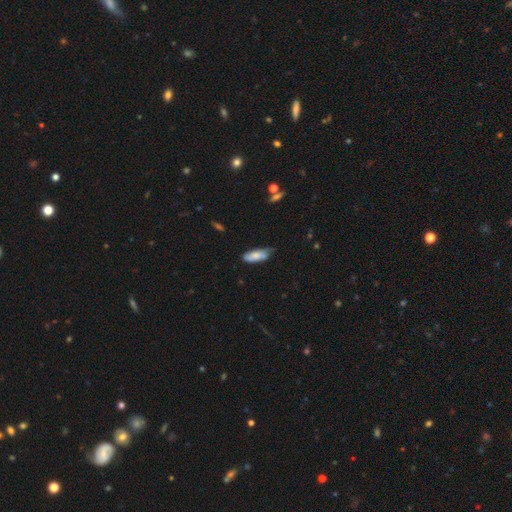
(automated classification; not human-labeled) smooth_or_featured: smooth (p=0.74) [alt: featured or disk p=0.19]
how_rounded: in between (p=0.68) [alt: cigar-shaped p=0.30]
merging: none (p=0.54) [alt: minor disturbance p=0.36]